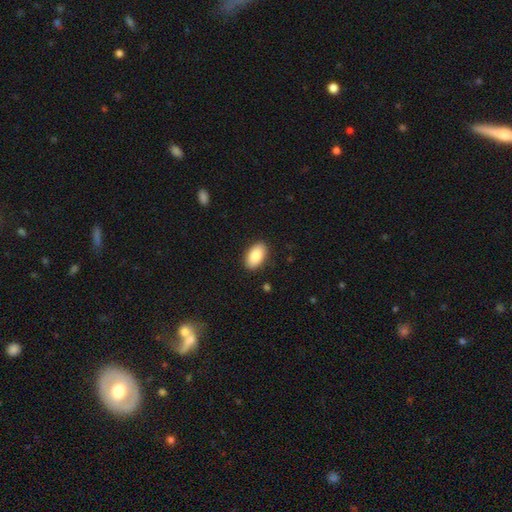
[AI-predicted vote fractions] A smooth galaxy with no disk features (87%) that is in between round and cigar-shaped (94%).

Vote fractions:
- Smooth or featured? smooth: 87% / featured or disk: 6% / star or artifact: 6%
- How rounded? in between: 94% / round: 4% / cigar-shaped: 2%
- Merging? none: 89% / minor disturbance: 8% / major disturbance: 2% / merger: 1%